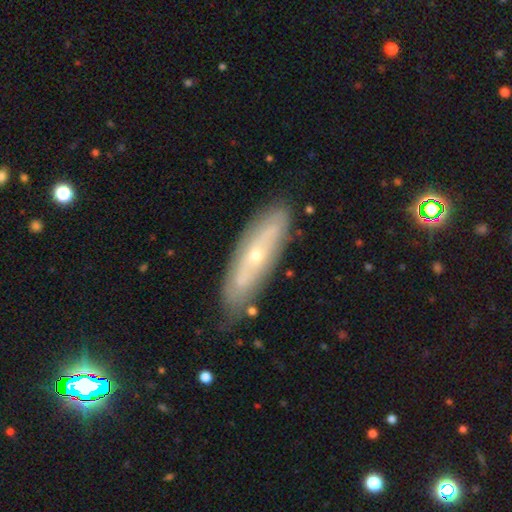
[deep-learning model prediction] This appears to be a featured or disk galaxy (64%). Merging: none (78%).